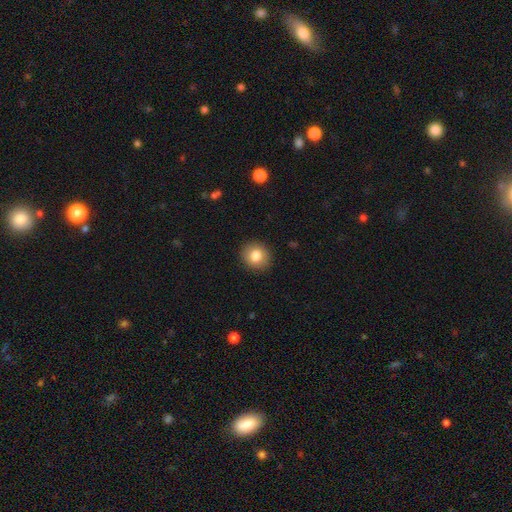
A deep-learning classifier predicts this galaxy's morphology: type=smooth (82%); roundness=round (85%); merging=none (91%).